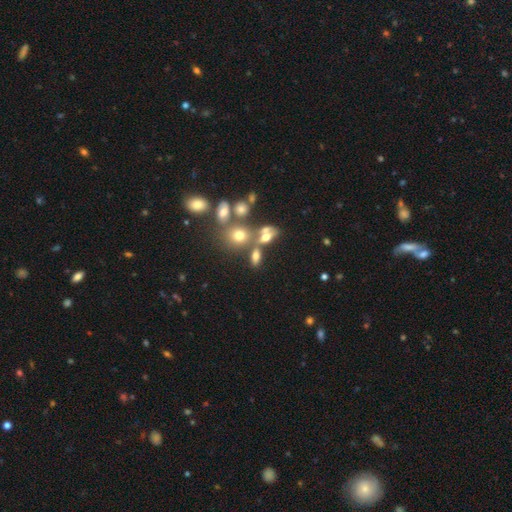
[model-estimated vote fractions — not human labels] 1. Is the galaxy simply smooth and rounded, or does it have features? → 60% smooth, 23% featured or disk, 17% star or artifact.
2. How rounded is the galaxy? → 64% in between, 22% round, 14% cigar-shaped.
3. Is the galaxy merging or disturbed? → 51% none, 31% merger, 12% minor disturbance, 6% major disturbance.